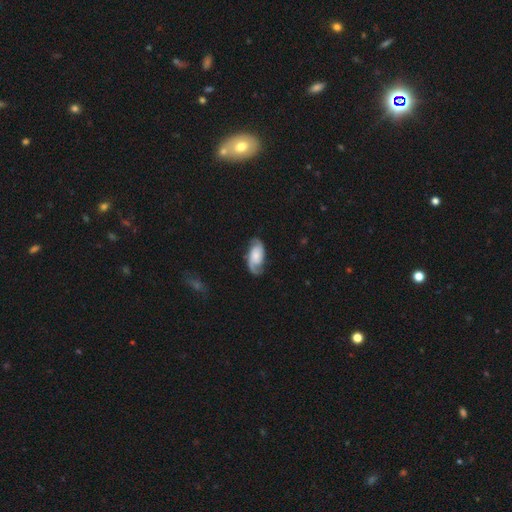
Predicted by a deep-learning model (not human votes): Overall: featured or disk (74%). Edge-on disk: no (95%). Bar: no (67%). Spiral arms: yes (95%). Spiral arm count: 2 (88%). Spiral winding: medium (46%; tight 29%). Bulge size: small (36%; moderate 31%). Merging: none (74%).